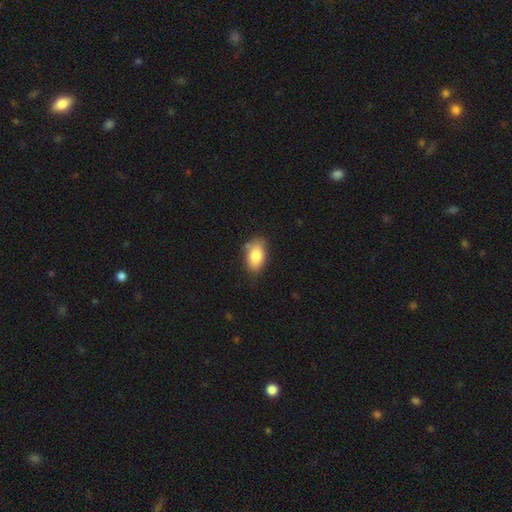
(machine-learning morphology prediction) type=smooth (83%); roundness=in between (91%); merging=none (74%).